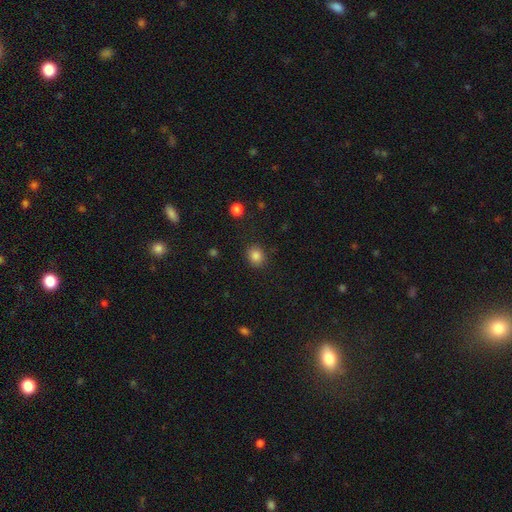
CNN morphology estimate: Smooth or featured? Predicted: smooth (p=0.85). How rounded? Predicted: round (p=0.73). Merging? Predicted: none (p=0.87).